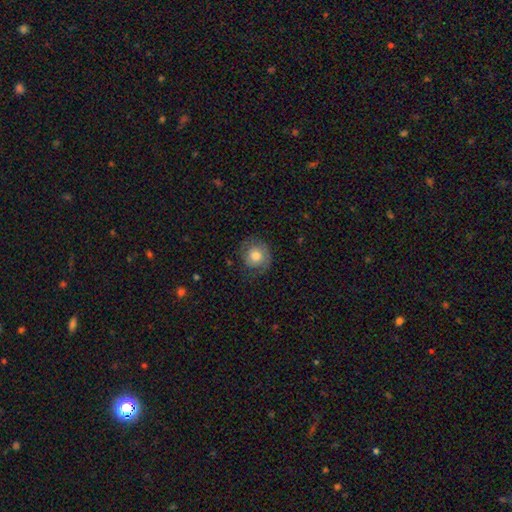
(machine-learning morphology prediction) Overall: smooth (62%; featured or disk 31%). How rounded: round (86%). Merging: none (68%).